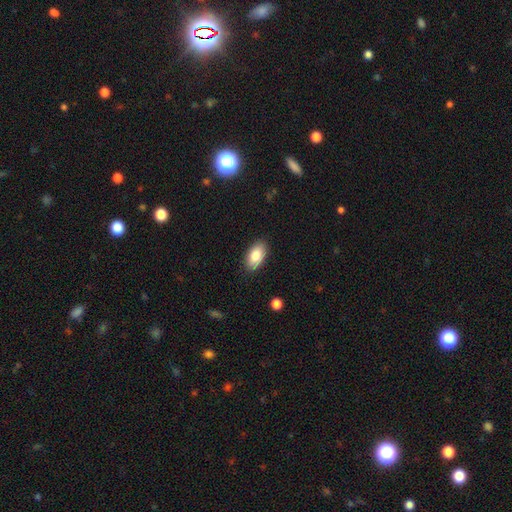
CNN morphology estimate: Smooth or featured: smooth — 84% (featured or disk — 10%)
How rounded: in between — 94% (round — 4%)
Merging: none — 86% (minor disturbance — 11%)